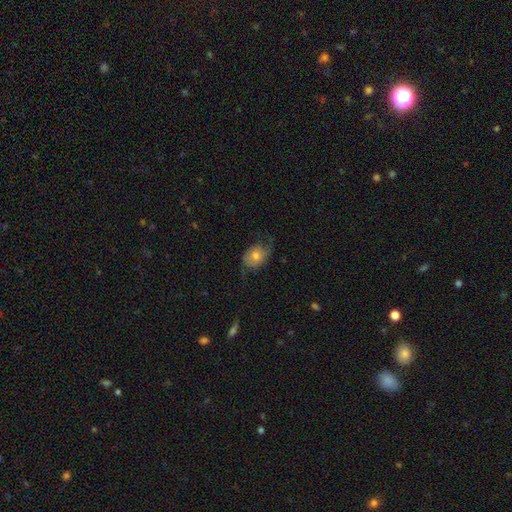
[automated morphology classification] The model was most divided on "merging": none: 52%, minor disturbance: 31%, major disturbance: 15%, merger: 1%. More confident: how rounded — in between (64%); smooth or featured — smooth (63%).